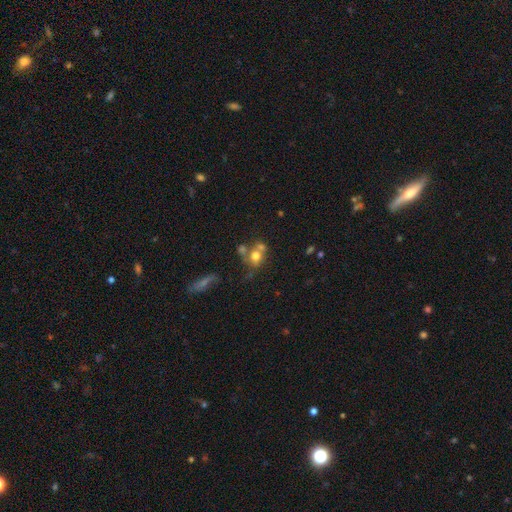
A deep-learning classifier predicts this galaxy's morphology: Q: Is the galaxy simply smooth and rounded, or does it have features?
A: smooth — 67%.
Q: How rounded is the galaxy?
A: round — 69%.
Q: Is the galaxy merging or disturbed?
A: merger — 41%.